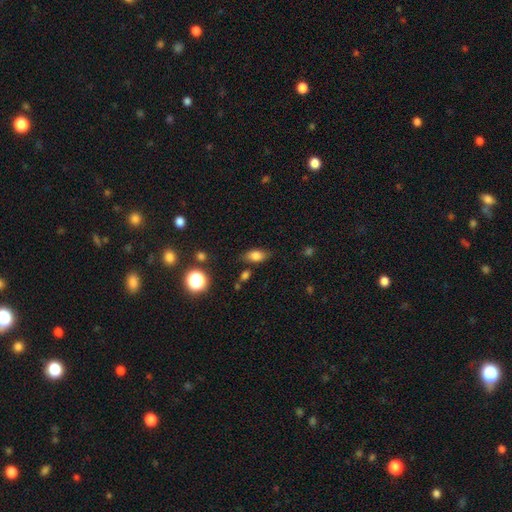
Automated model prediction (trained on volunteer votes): This is likely a smooth galaxy (77%). How rounded: clearly in between (84%). Merging: likely none (77%).